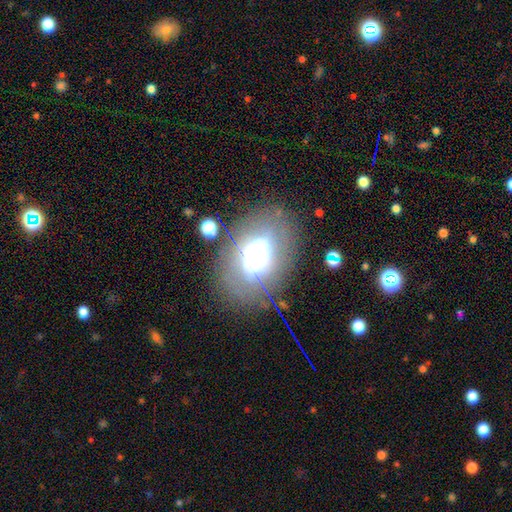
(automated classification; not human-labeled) This is marginally a smooth galaxy (45%). Merging: likely none (65%).